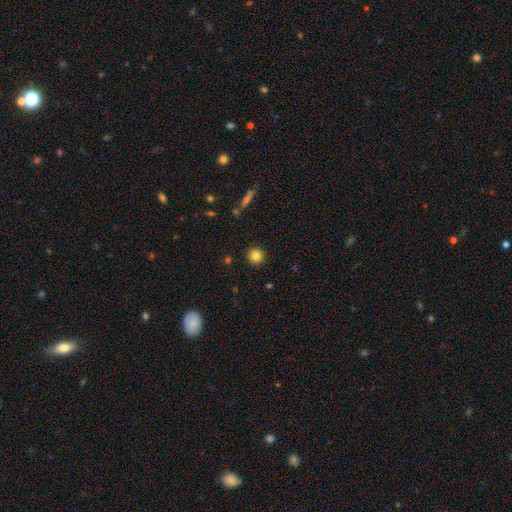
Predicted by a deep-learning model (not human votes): Smooth or featured?
  - smooth: 83% *
  - star or artifact: 11%
  - featured or disk: 6%
How rounded?
  - round: 94% *
  - in between: 5%
  - cigar-shaped: 1%
Merging?
  - none: 92% *
  - minor disturbance: 5%
  - major disturbance: 2%
  - merger: 1%